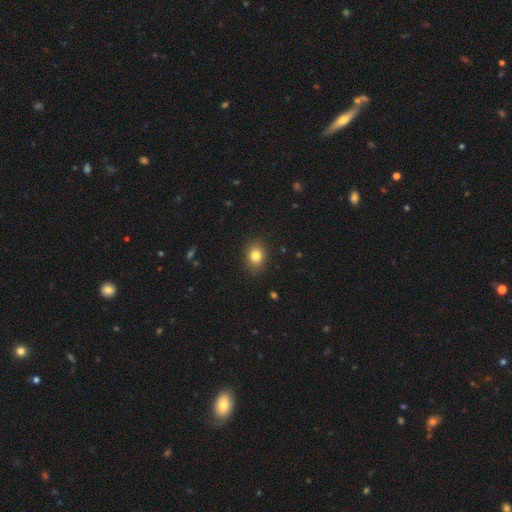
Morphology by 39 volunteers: smooth 92%, featured or disk 8%, star or artifact 0%. Down the decision tree: how rounded — round (58%); merging — none (90%).